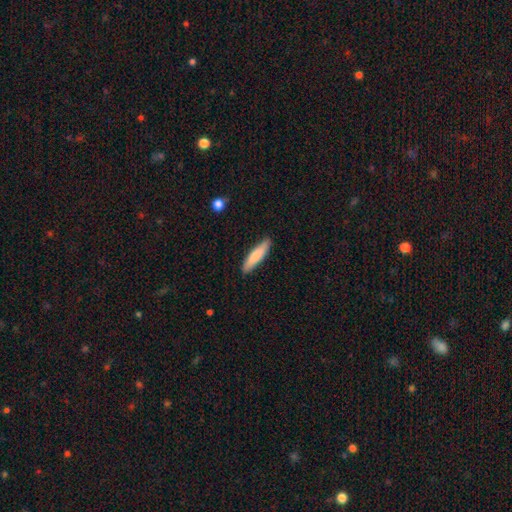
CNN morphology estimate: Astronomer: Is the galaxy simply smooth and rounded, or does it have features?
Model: smooth — 78%.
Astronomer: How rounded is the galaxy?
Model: cigar-shaped — 79%.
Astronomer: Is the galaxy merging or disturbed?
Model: none — 87%.